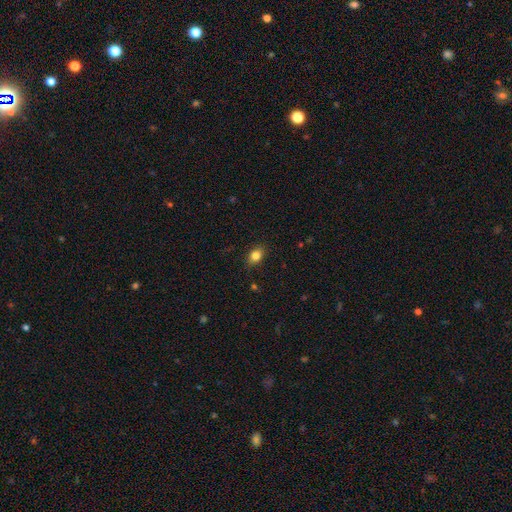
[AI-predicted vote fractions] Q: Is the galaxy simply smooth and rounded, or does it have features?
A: smooth — 83%.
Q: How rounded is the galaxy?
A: in between — 71%.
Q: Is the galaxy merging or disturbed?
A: none — 83%.